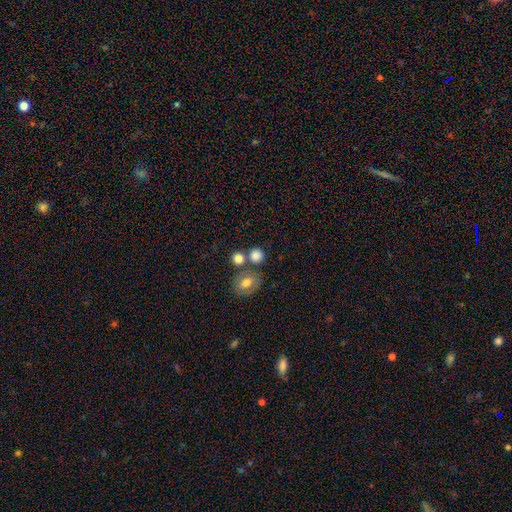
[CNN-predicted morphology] The model was most divided on "merging": none: 60%, merger: 26%, minor disturbance: 10%, major disturbance: 4%. More confident: smooth or featured — smooth (82%); how rounded — round (81%).